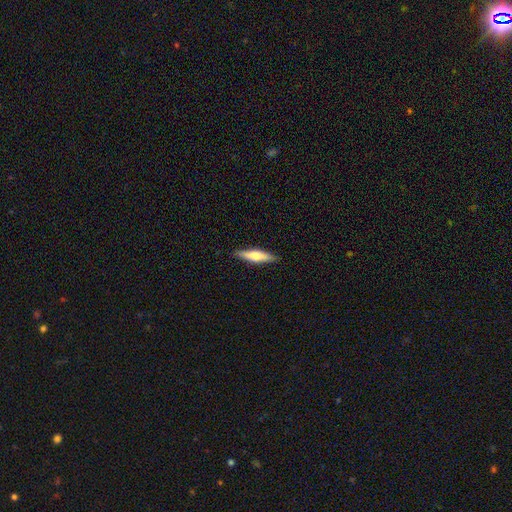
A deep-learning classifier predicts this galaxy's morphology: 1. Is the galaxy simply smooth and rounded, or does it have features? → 53% smooth, 41% featured or disk, 5% star or artifact.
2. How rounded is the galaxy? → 79% cigar-shaped, 20% in between, 2% round.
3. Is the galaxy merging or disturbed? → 89% none, 8% minor disturbance, 2% major disturbance, 1% merger.